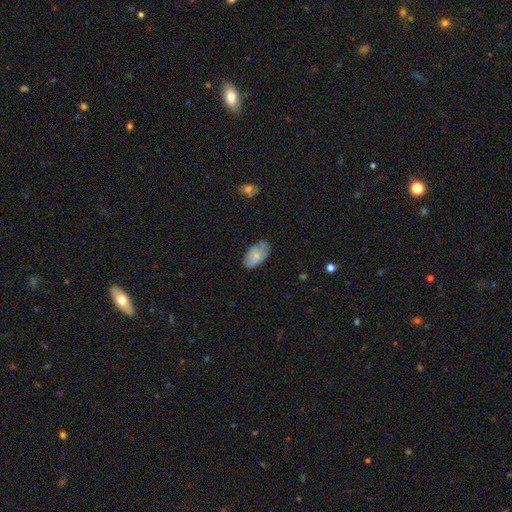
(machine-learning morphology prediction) This appears to be a smooth galaxy with no disk features (66%) that is in between round and cigar-shaped (94%). Merging: none (67%).